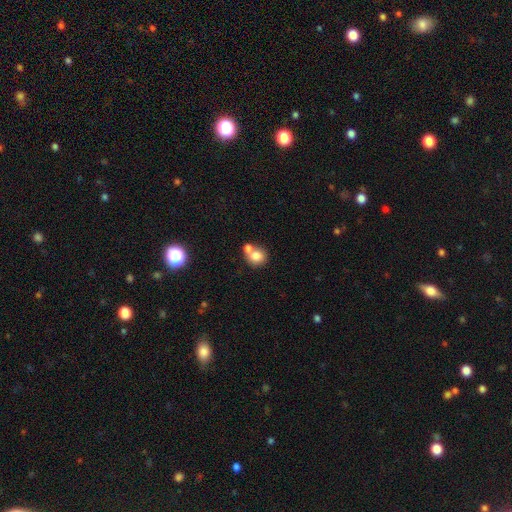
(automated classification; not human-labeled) Smooth or featured? Predicted: smooth (p=0.78). How rounded? Predicted: round (p=0.81). Merging? Predicted: merger (p=0.46).